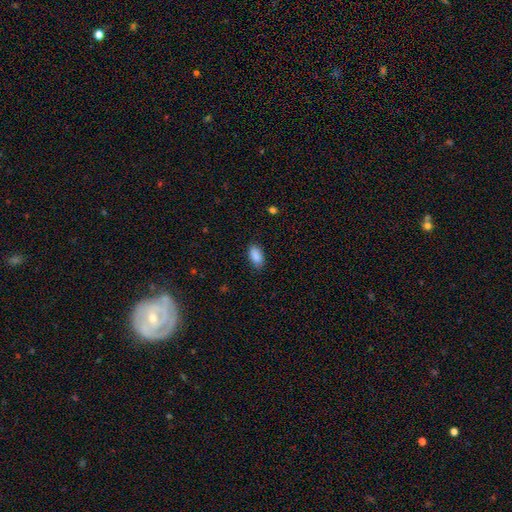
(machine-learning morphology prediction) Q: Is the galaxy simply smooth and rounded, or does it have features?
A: smooth — 90%.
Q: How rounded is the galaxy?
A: in between — 92%.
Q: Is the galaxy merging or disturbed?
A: none — 85%.